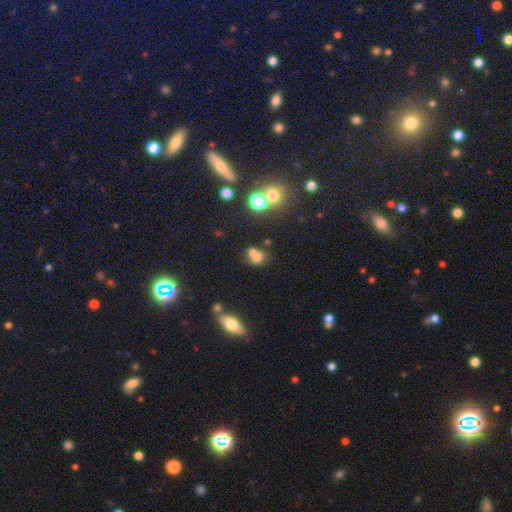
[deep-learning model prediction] This appears to be a smooth galaxy with no disk features (65%) that is round (60%). Merging: merger (48%).